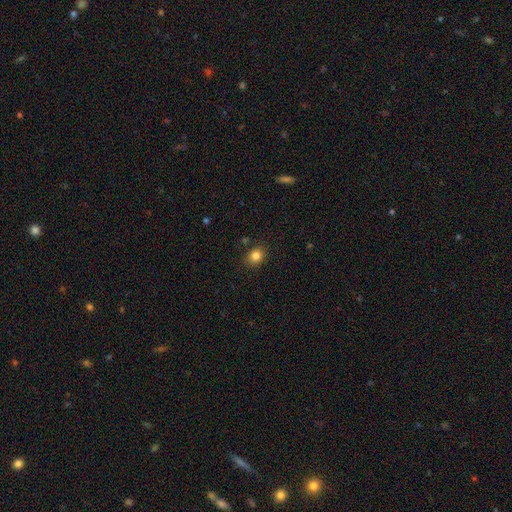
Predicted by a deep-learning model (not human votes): Morphology: type=smooth (84%); roundness=round (59%); merging=none (85%).